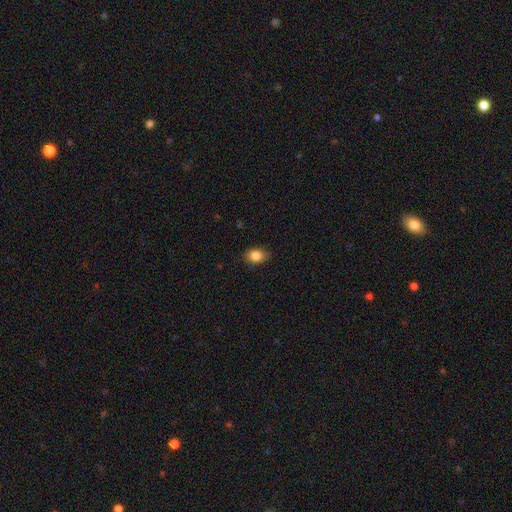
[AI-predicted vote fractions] Smooth or featured? smooth (84%)
How rounded? in between (71%)
Merging? none (85%)